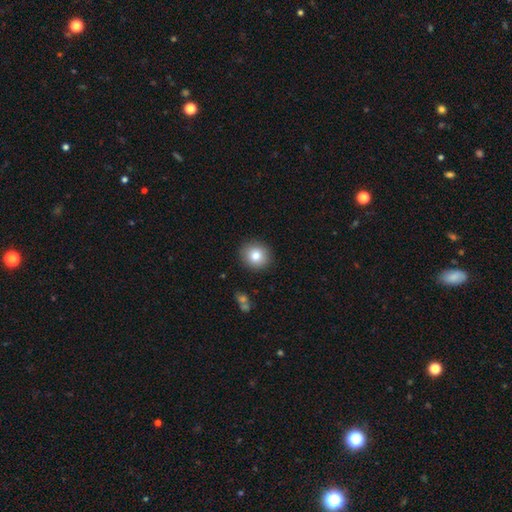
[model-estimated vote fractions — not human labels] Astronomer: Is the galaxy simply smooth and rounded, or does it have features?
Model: smooth — 81%.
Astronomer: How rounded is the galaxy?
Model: round — 85%.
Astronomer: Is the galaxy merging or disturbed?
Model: none — 90%.